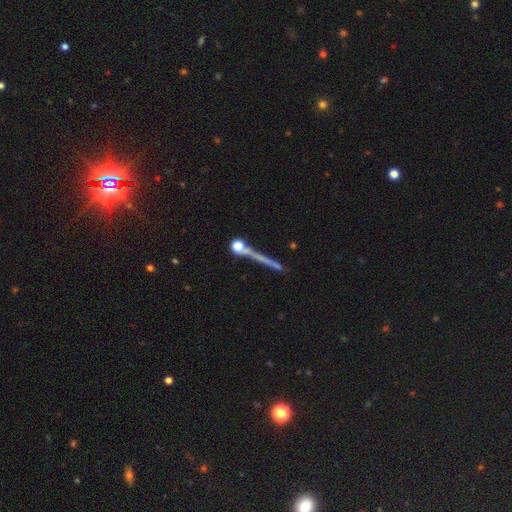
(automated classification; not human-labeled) Smooth or featured? featured or disk (44%)
Merging? none (66%)